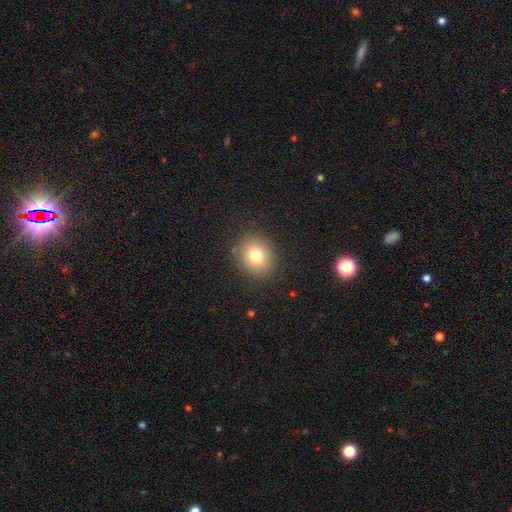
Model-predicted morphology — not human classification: Q: Smooth or featured?
A: smooth (78%); runner-up: star or artifact (12%)
Q: How rounded?
A: round (77%); runner-up: in between (22%)
Q: Merging?
A: none (87%); runner-up: minor disturbance (8%)